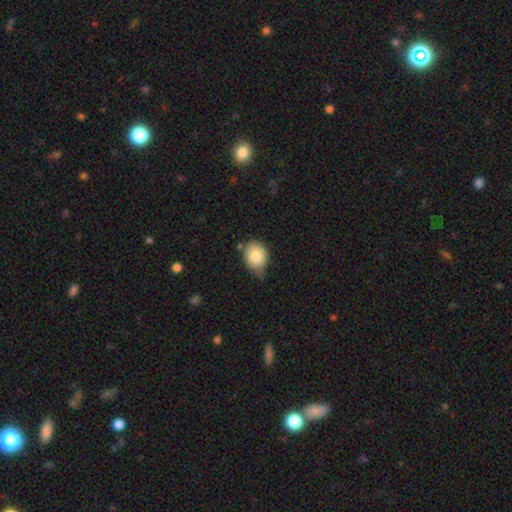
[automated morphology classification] Q: Smooth or featured?
A: smooth (81%); runner-up: featured or disk (11%)
Q: How rounded?
A: round (50%); runner-up: in between (49%)
Q: Merging?
A: none (44%); runner-up: minor disturbance (41%)